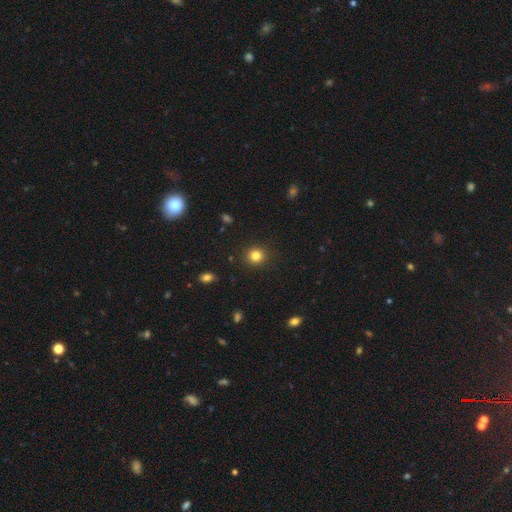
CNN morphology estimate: smooth-or-featured: smooth: 82% | star or artifact: 13% | featured or disk: 5%
  how-rounded: round: 90% | in between: 9% | cigar-shaped: 1%
  merging: none: 91% | minor disturbance: 6% | major disturbance: 2% | merger: 1%